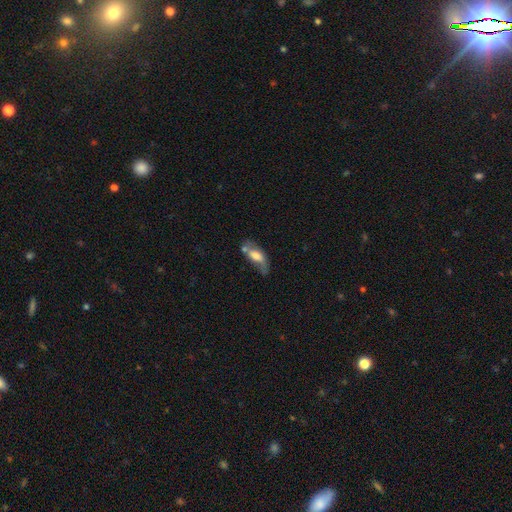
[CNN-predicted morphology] smooth_or_featured: smooth (p=0.49) [alt: featured or disk p=0.44]
merging: none (p=0.41) [alt: minor disturbance p=0.25]